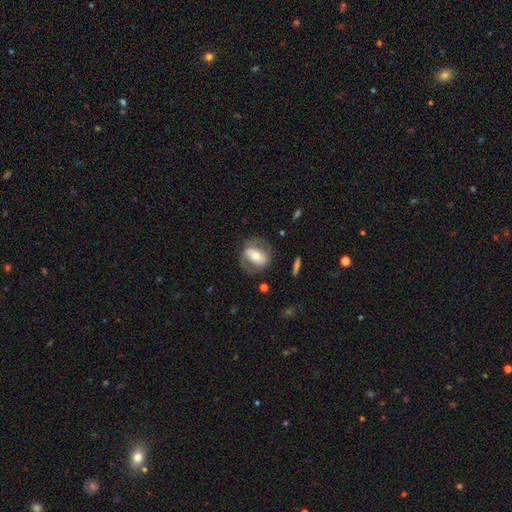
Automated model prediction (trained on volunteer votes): A featured or disk galaxy (58%) with a strong bar (41%), spiral arms (52%) and a moderate central bulge (62%).

Vote fractions:
- Smooth or featured? featured or disk: 58% / smooth: 36% / star or artifact: 6%
- Edge-on disk? no: 92% / yes: 8%
- Bar? strong: 41% / no: 33% / weak: 26%
- Spiral arms? yes: 52% / no: 48%
- Bulge size? moderate: 62% / small: 26% / large: 9% / dominant: 1% / none: 1%
- Merging? none: 67% / minor disturbance: 18% / major disturbance: 14% / merger: 2%